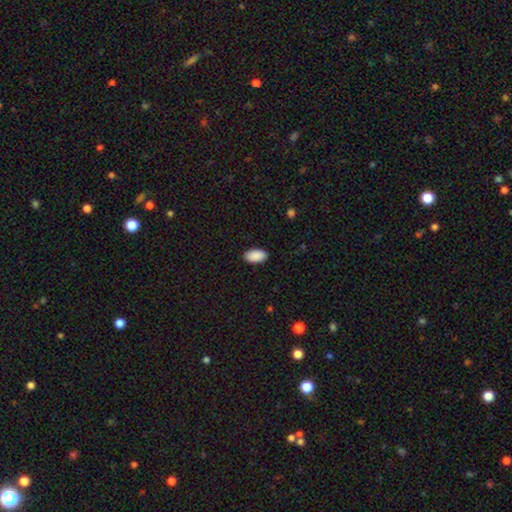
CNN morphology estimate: smooth 91%, star or artifact 6%, featured or disk 3%. Down the decision tree: how rounded — in between (96%); merging — none (89%).